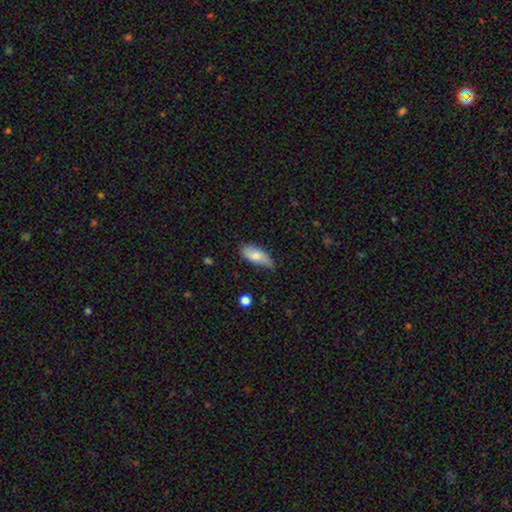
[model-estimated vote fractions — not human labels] Overall: smooth (74%). How rounded: in between (85%). Merging: none (45%; minor disturbance 43%).